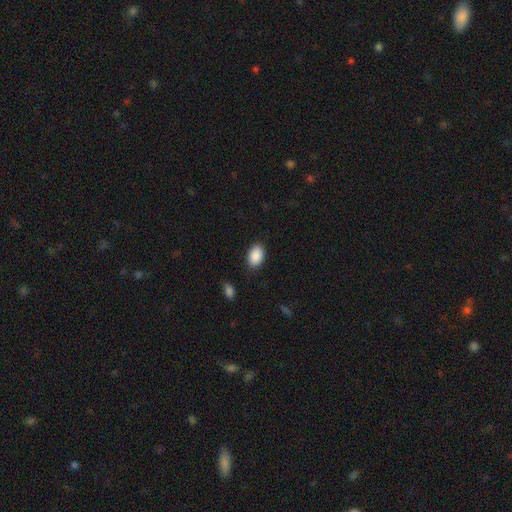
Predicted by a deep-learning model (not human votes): Smooth or featured: smooth — 90% (star or artifact — 7%)
How rounded: in between — 88% (round — 11%)
Merging: none — 87% (minor disturbance — 10%)